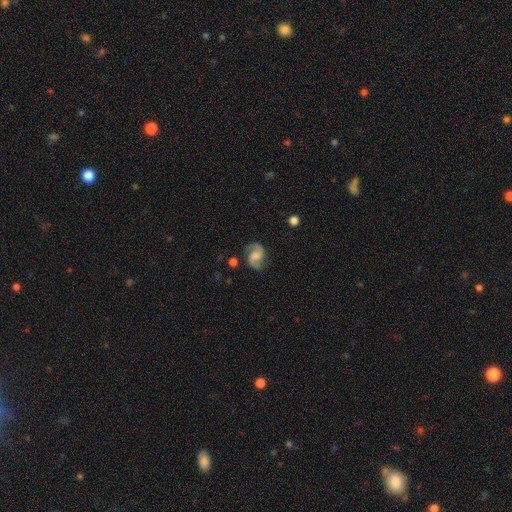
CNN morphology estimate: Smooth or featured? Predicted: featured or disk (p=0.86). Edge-on disk? Predicted: no (p=0.98). Bar? Predicted: no (p=0.46). Spiral arms? Predicted: yes (p=0.97). Spiral winding? Predicted: medium (p=0.52). Spiral arm count? Predicted: 2 (p=0.93). Bulge size? Predicted: none (p=0.39). Merging? Predicted: none (p=0.78).